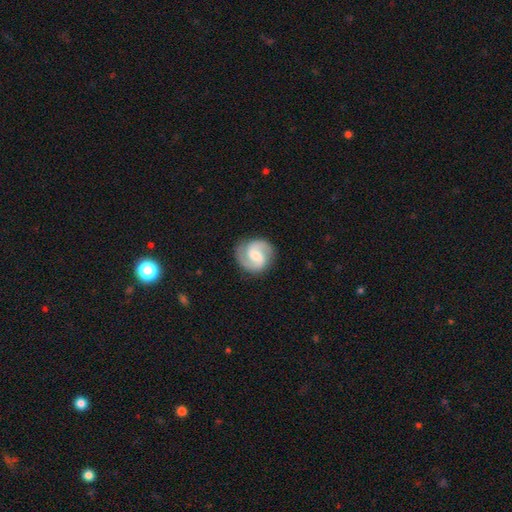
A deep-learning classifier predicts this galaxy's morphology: Smooth or featured?
  - featured or disk: 84% *
  - smooth: 11%
  - star or artifact: 5%
Edge-on disk?
  - no: 98% *
  - yes: 2%
Bar?
  - weak: 54% *
  - no: 24%
  - strong: 22%
Spiral arms?
  - yes: 97% *
  - no: 3%
Spiral winding?
  - medium: 55% *
  - tight: 28%
  - loose: 17%
Spiral arm count?
  - 2: 92% *
  - can't tell: 3%
  - 1: 2%
  - 3: 2%
  - 4: 1%
  - more than 4: 1%
Bulge size?
  - moderate: 49% *
  - small: 35%
  - large: 8%
  - none: 7%
  - dominant: 1%
Merging?
  - none: 86% *
  - minor disturbance: 10%
  - major disturbance: 3%
  - merger: 1%